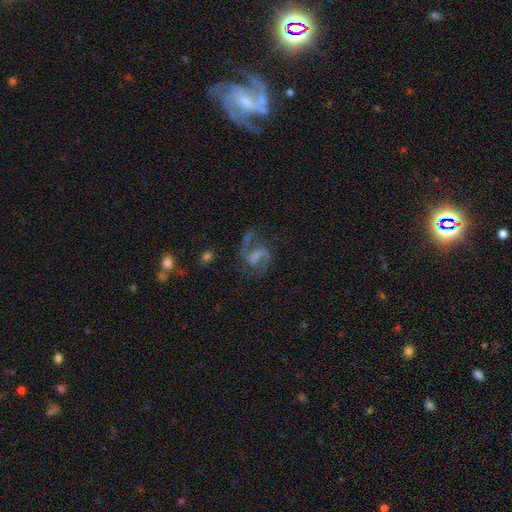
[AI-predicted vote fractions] smooth-or-featured: featured or disk: 77% | smooth: 14% | star or artifact: 9%
  disk-edge-on: no: 98% | yes: 2%
    bar: weak: 46% | strong: 34% | no: 20%
    has-spiral-arms: yes: 90% | no: 10%
      spiral-winding: loose: 48% | medium: 43% | tight: 9%
      spiral-arm-count: 2: 79% | 1: 13% | can't tell: 4% | 3: 2% | 4: 1% | more than 4: 1%
    bulge-size: none: 50% | small: 24% | moderate: 18% | large: 7% | dominant: 2%
  merging: none: 50% | major disturbance: 28% | minor disturbance: 18% | merger: 4%